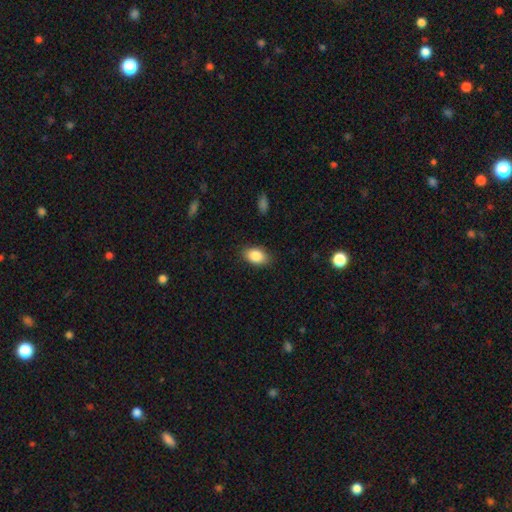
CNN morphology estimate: Smooth or featured? smooth (87%)
How rounded? in between (88%)
Merging? none (85%)